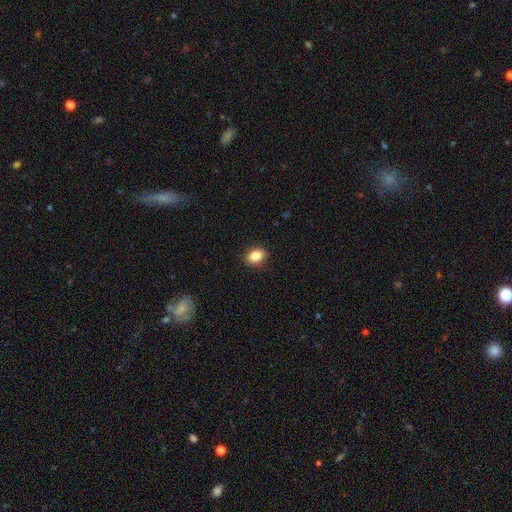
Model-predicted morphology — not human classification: Smooth or featured? Predicted: smooth (p=0.85). How rounded? Predicted: in between (p=0.69). Merging? Predicted: none (p=0.90).